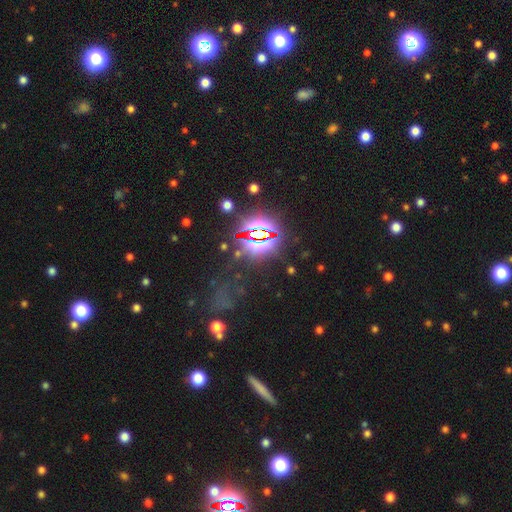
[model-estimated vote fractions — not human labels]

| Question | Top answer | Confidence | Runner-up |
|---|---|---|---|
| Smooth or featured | star or artifact | 80% | smooth (12%) |